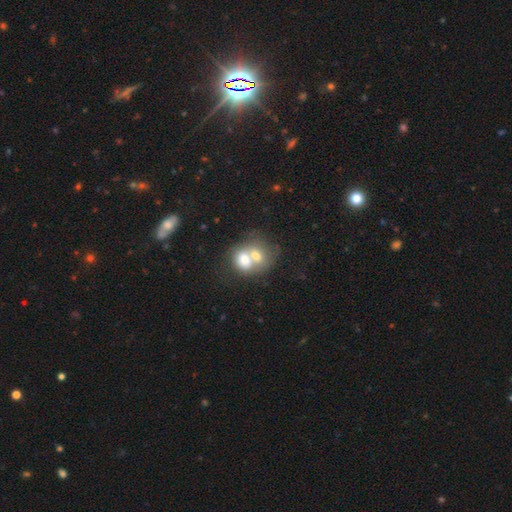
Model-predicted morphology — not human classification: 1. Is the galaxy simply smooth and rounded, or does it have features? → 66% smooth, 26% featured or disk, 8% star or artifact.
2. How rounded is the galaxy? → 53% round, 46% in between, 1% cigar-shaped.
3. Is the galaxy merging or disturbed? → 75% merger, 16% none, 6% minor disturbance, 4% major disturbance.